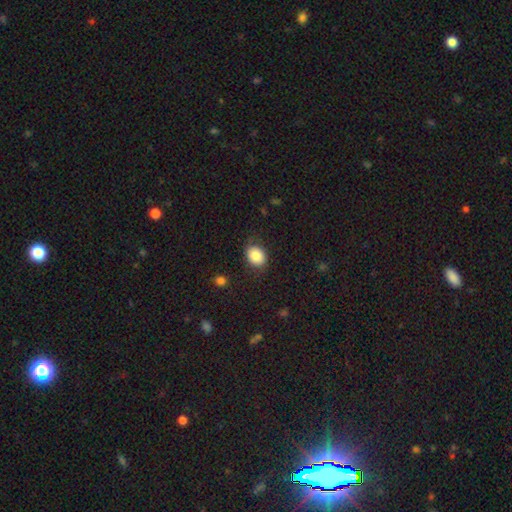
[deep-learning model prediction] Smooth or featured? smooth (85%)
How rounded? in between (55%)
Merging? none (80%)